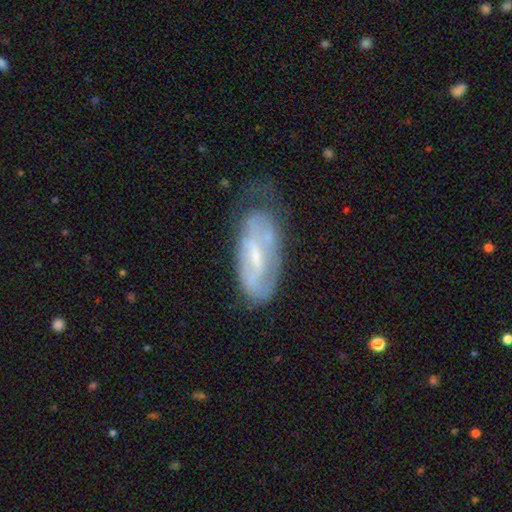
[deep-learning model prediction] Overall: featured or disk (64%; smooth 29%). Edge-on disk: no (89%). Bar: weak (45%; no 31%). Spiral arms: yes (62%; no 38%). Bulge size: small (56%; moderate 29%). Merging: none (41%; minor disturbance 34%).